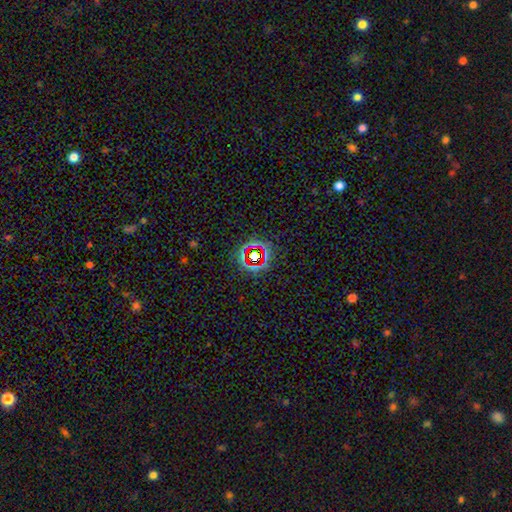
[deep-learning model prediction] Smooth or featured? Predicted: star or artifact (p=0.73).